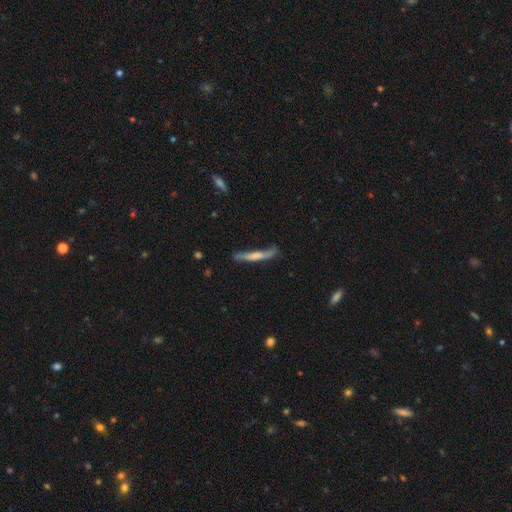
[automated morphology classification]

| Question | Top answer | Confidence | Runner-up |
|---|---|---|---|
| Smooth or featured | smooth | 54% | featured or disk (40%) |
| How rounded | cigar-shaped | 93% | in between (5%) |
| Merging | none | 54% | minor disturbance (28%) |